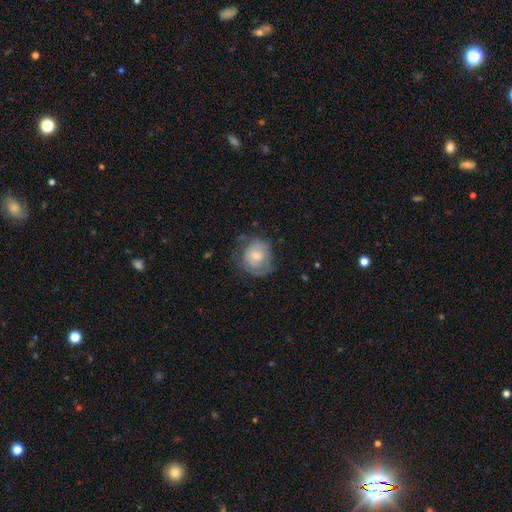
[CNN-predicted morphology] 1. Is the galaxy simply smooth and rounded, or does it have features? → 50% smooth, 43% featured or disk, 7% star or artifact.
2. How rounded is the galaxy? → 78% round, 21% in between, 1% cigar-shaped.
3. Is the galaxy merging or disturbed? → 54% none, 27% minor disturbance, 17% major disturbance, 2% merger.